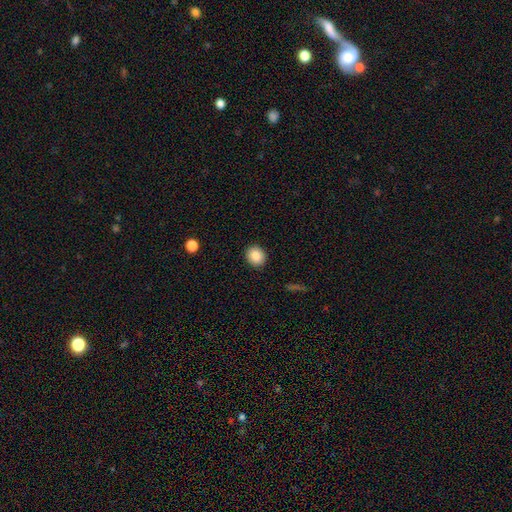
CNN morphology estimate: smooth 85%, star or artifact 9%, featured or disk 6%. Down the decision tree: how rounded — round (78%); merging — none (91%).